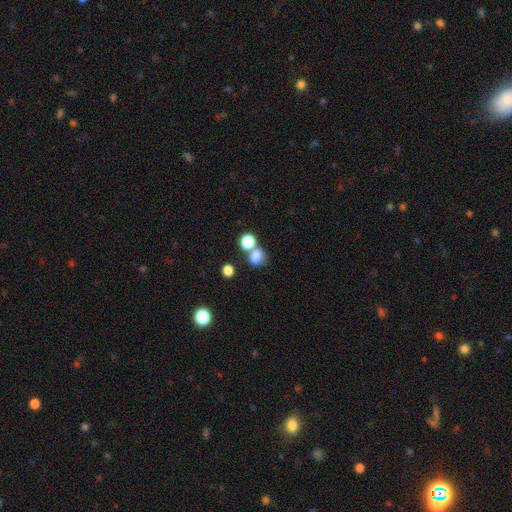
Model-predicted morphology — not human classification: Smooth or featured? smooth (78%)
How rounded? round (58%)
Merging? none (46%)